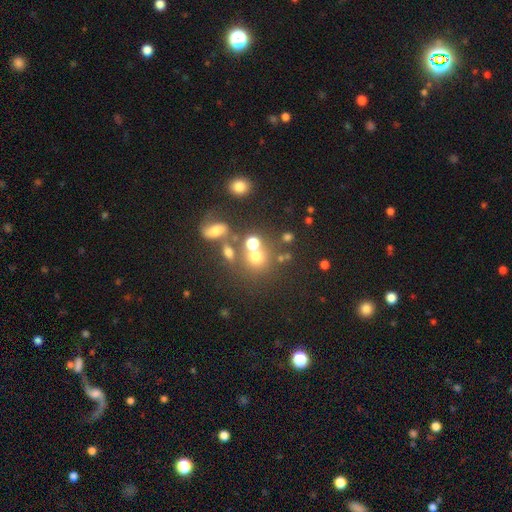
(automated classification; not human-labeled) This is likely a smooth galaxy (65%). How rounded: clearly round (80%). Merging: possibly none (50%).